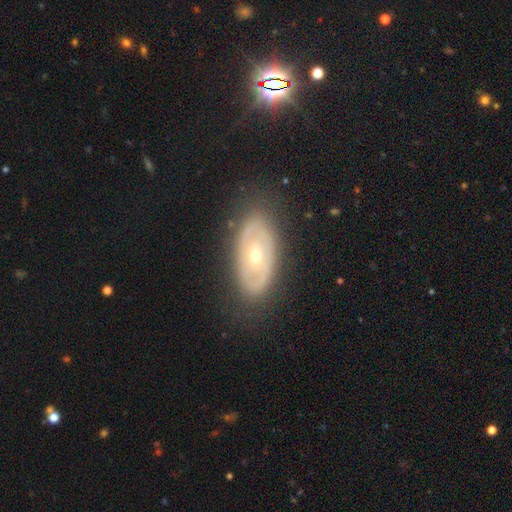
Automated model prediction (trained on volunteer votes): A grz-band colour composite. It shows a featured or disk galaxy (71%) with no bar (72%), no spiral arms (57%) and a moderate central bulge (53%). Merging: none (82%).